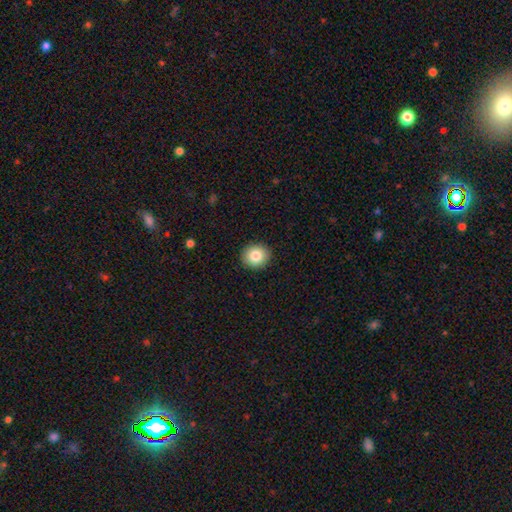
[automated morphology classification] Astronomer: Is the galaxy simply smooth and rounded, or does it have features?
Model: smooth — 83%.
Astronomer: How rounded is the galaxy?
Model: round — 83%.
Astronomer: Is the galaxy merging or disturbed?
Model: none — 92%.